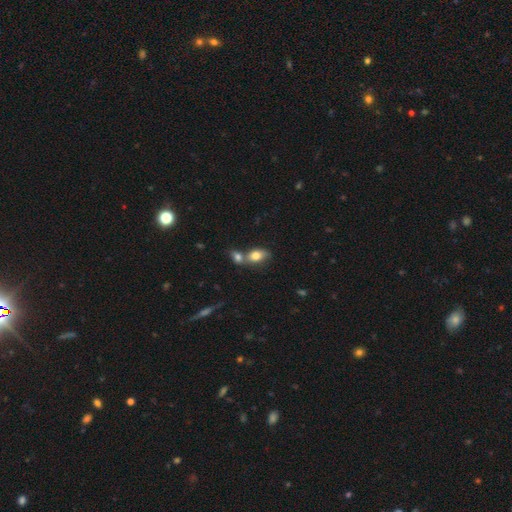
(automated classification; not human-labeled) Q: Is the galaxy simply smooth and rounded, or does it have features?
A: smooth — 78%.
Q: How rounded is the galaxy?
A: in between — 84%.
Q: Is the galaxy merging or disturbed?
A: merger — 52%.